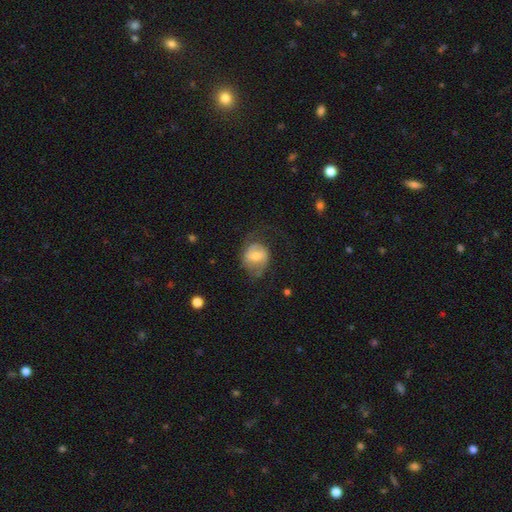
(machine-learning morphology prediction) This appears to be a featured or disk galaxy (53%) with a weak bar (49%), spiral arms (72%) and a moderate central bulge (57%). Merging: none (52%).